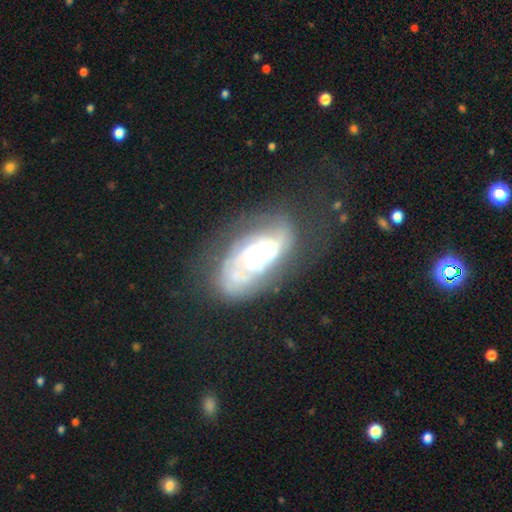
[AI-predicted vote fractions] Smooth or featured: featured or disk — 81% (smooth — 13%)
Edge-on disk: no — 94% (yes — 6%)
Bar: no — 70% (weak — 22%)
Spiral arms: yes — 85% (no — 15%)
Spiral winding: tight — 61% (medium — 29%)
Spiral arm count: can't tell — 40% (2 — 32%)
Bulge size: moderate — 61% (small — 28%)
Merging: none — 58% (minor disturbance — 23%)